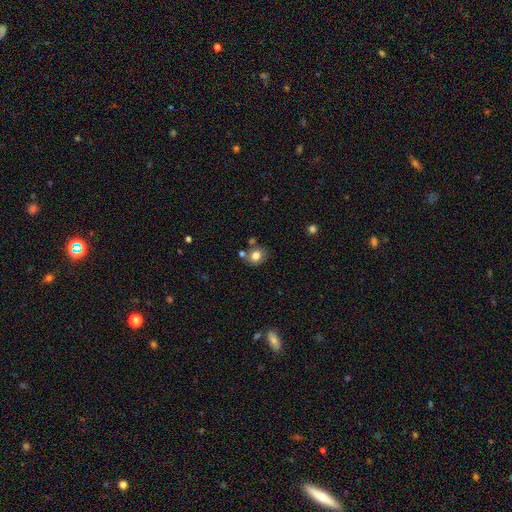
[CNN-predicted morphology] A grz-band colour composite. It shows a smooth galaxy with no disk features (80%) that is round (67%). Merging: none (67%).